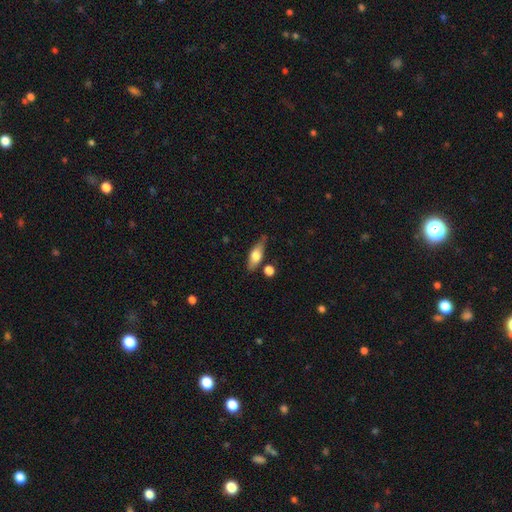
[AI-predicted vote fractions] The model was most divided on "smooth or featured": smooth: 59%, featured or disk: 34%, star or artifact: 7%. More confident: merging — none (73%); how rounded — in between (61%).